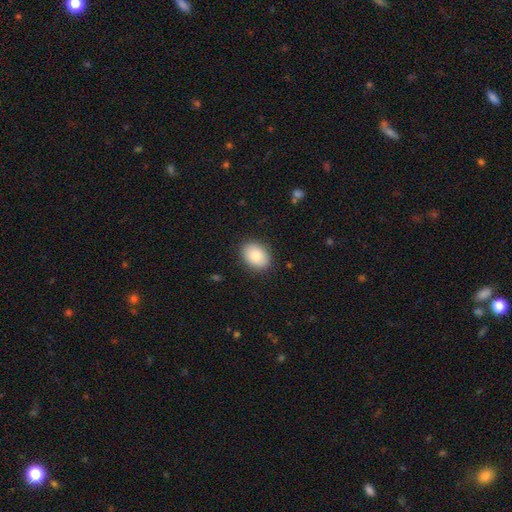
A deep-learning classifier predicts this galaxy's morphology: smooth_or_featured: smooth (p=0.82) [alt: featured or disk p=0.11]
how_rounded: in between (p=0.68) [alt: round p=0.31]
merging: none (p=0.89) [alt: minor disturbance p=0.08]